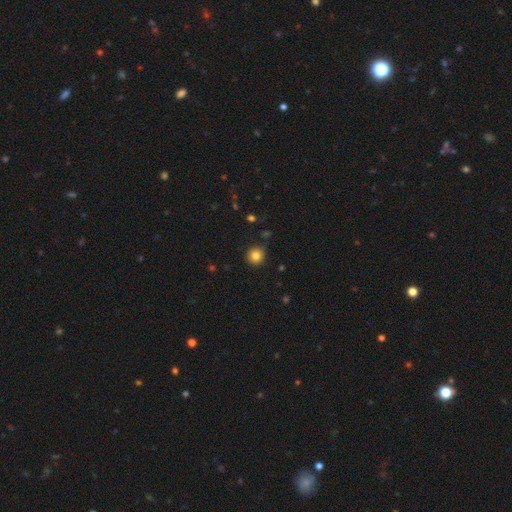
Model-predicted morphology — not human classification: type=smooth (83%); roundness=round (94%); merging=none (89%).